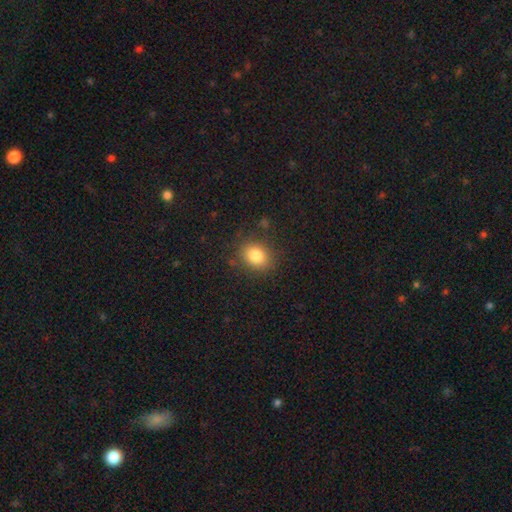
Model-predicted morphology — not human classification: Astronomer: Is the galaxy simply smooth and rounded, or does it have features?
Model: smooth — 82%.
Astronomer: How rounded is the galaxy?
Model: round — 51% (runner-up: in between, 48%).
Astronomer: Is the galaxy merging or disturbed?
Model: none — 83%.